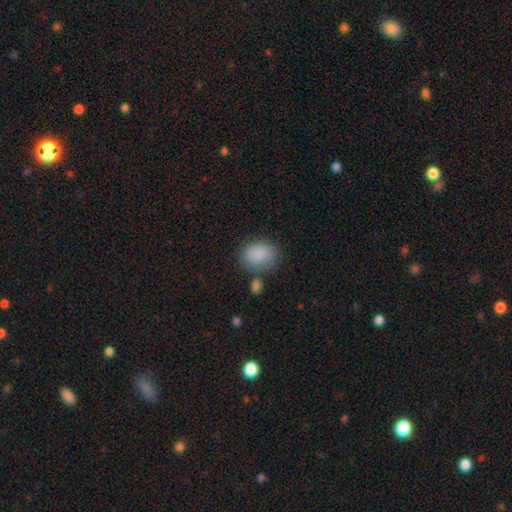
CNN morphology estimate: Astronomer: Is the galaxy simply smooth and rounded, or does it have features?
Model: smooth — 87%.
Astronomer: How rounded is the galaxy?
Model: in between — 65%.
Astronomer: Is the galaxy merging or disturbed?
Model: none — 69%.